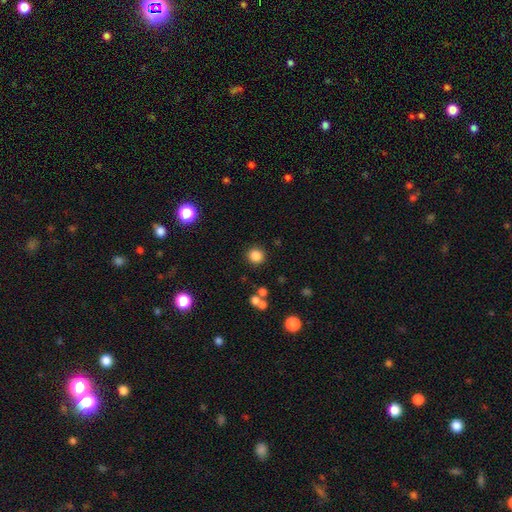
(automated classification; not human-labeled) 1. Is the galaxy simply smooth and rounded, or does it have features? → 83% smooth, 12% star or artifact, 5% featured or disk.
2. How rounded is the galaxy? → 92% round, 7% in between, 1% cigar-shaped.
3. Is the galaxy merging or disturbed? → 87% none, 6% minor disturbance, 4% merger, 3% major disturbance.